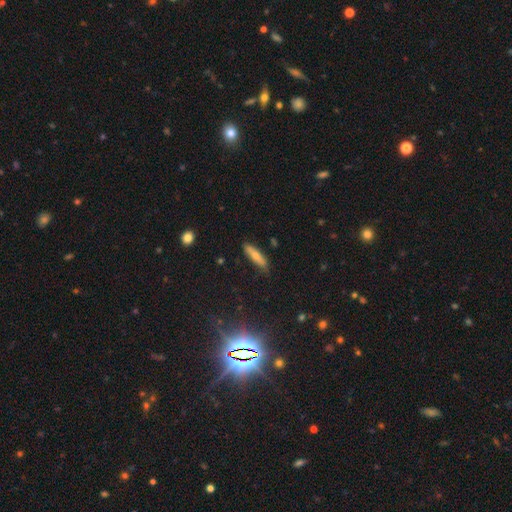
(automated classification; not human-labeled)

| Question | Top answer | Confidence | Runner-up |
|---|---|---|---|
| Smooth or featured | smooth | 66% | featured or disk (26%) |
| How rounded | cigar-shaped | 73% | in between (25%) |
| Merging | none | 79% | minor disturbance (17%) |